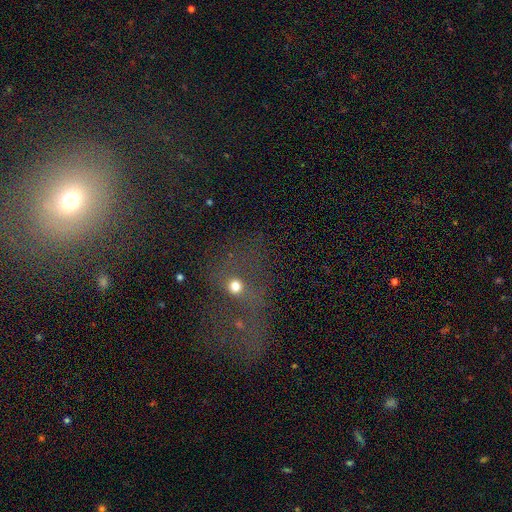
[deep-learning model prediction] Q: Smooth or featured?
A: smooth (37%); runner-up: star or artifact (36%)
Q: Merging?
A: none (38%); runner-up: major disturbance (29%)